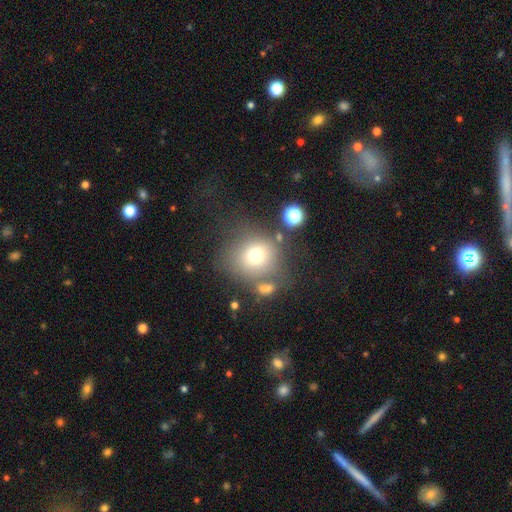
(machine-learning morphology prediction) Smooth or featured? Predicted: smooth (p=0.71). How rounded? Predicted: round (p=0.83). Merging? Predicted: none (p=0.61).